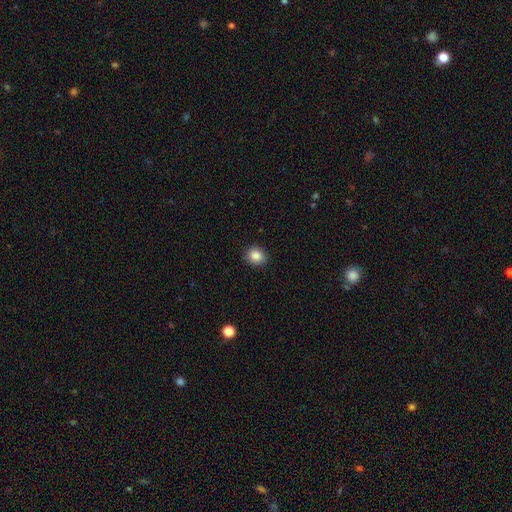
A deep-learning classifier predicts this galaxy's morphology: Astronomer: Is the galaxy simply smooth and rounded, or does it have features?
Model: smooth — 87%.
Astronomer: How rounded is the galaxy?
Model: round — 74%.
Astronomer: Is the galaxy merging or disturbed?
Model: none — 90%.